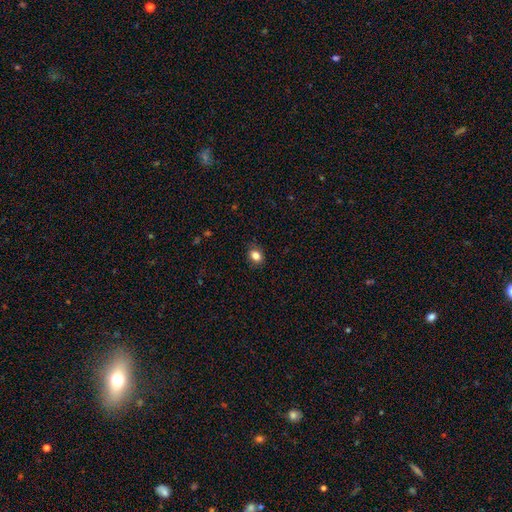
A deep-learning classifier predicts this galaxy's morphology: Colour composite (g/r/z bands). It shows a smooth galaxy with no disk features (84%) that is round (51%). Merging: none (87%).